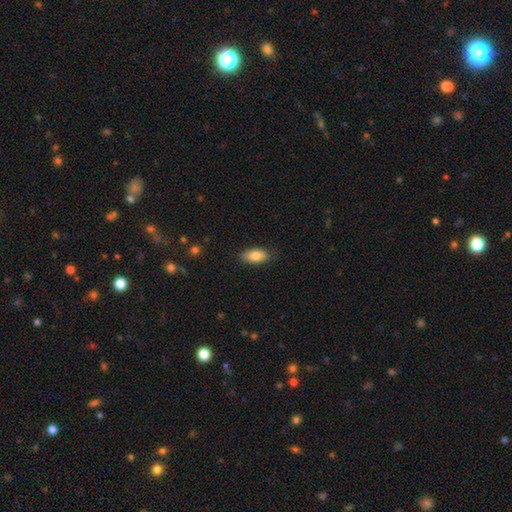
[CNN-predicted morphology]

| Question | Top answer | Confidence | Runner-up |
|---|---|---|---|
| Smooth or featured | smooth | 83% | featured or disk (10%) |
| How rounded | in between | 90% | cigar-shaped (7%) |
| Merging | none | 84% | minor disturbance (13%) |